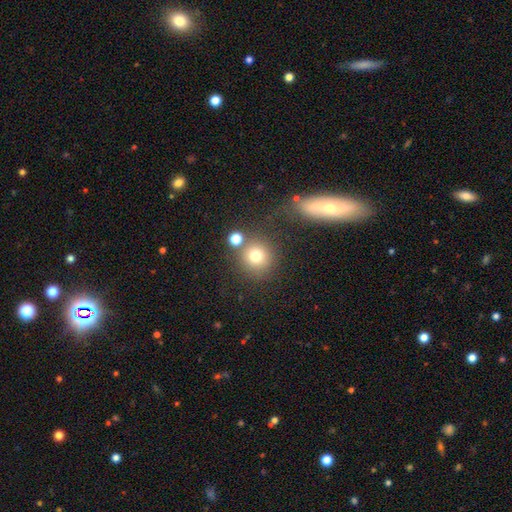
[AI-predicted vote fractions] This appears to be a smooth galaxy with no disk features (75%) that is round (92%). Merging: none (72%).